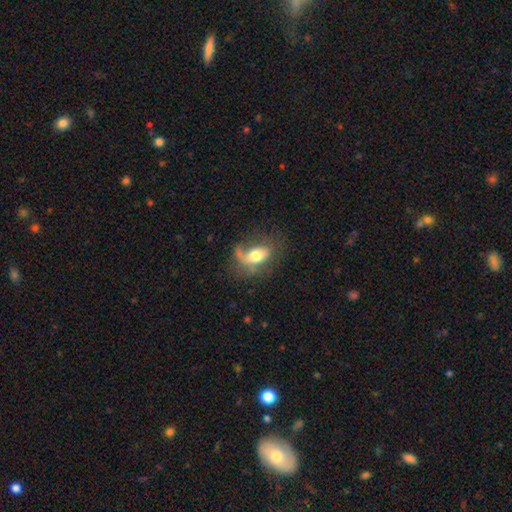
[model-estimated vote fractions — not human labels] This appears to be a smooth galaxy with no disk features (54%) that is in between round and cigar-shaped (84%). Merging: none (40%).